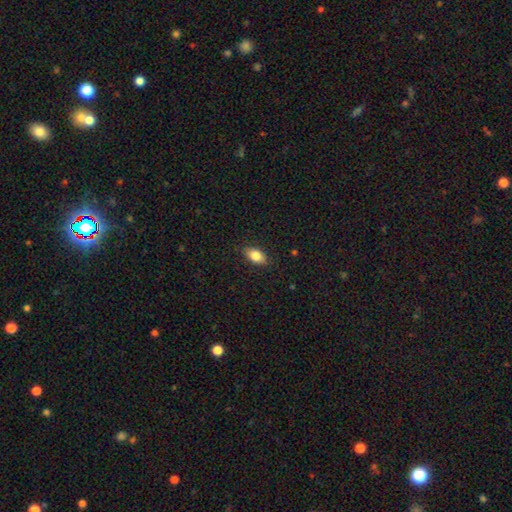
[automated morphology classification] Smooth or featured?
  - smooth: 82% *
  - featured or disk: 11%
  - star or artifact: 8%
How rounded?
  - in between: 88% *
  - round: 8%
  - cigar-shaped: 4%
Merging?
  - none: 86% *
  - minor disturbance: 11%
  - major disturbance: 2%
  - merger: 1%